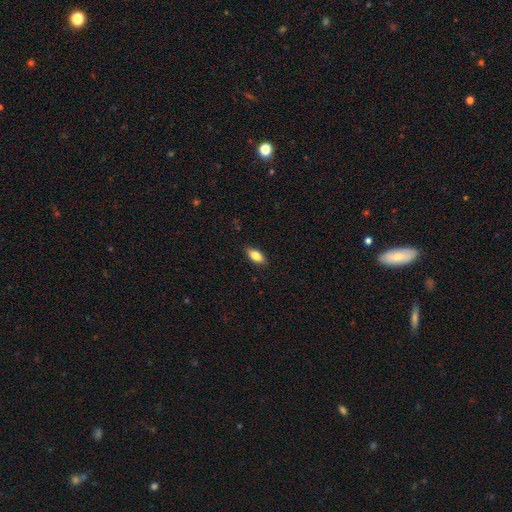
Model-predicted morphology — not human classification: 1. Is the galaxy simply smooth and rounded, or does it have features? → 79% smooth, 14% featured or disk, 7% star or artifact.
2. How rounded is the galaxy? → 85% in between, 12% cigar-shaped, 3% round.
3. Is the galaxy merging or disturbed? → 86% none, 11% minor disturbance, 2% major disturbance, 1% merger.